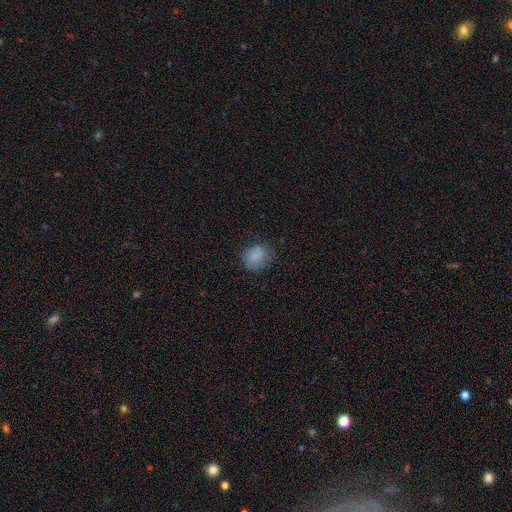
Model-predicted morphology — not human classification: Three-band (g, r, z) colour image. It shows a smooth galaxy with no disk features (82%) that is round (56%). Merging: none (72%).